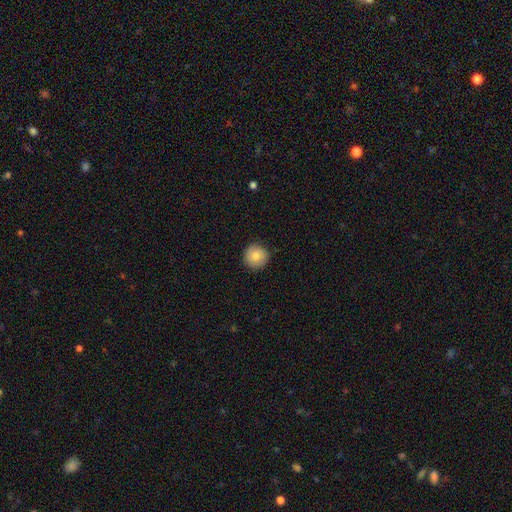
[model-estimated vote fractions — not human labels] Overall: smooth (80%). How rounded: round (96%). Merging: none (91%).